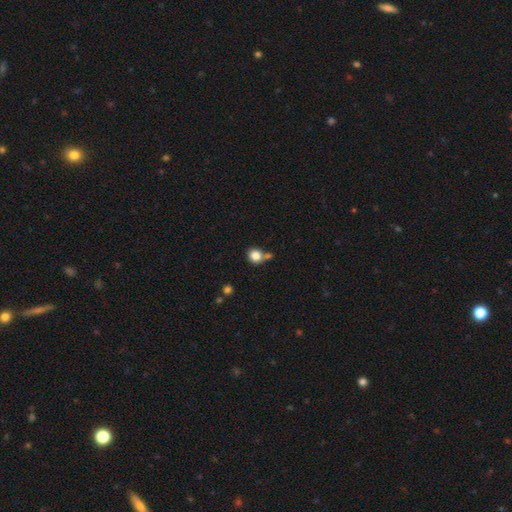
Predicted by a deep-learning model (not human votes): smooth 83%, star or artifact 10%, featured or disk 6%. Down the decision tree: how rounded — round (81%); merging — none (58%).